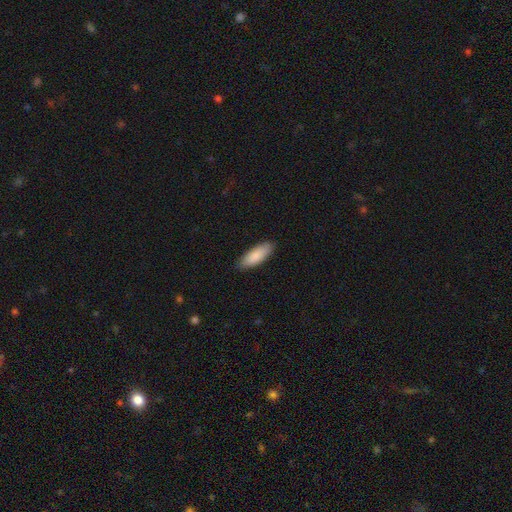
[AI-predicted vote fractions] A smooth galaxy with no disk features (88%) that is in between round and cigar-shaped (66%). Merging: none (87%).